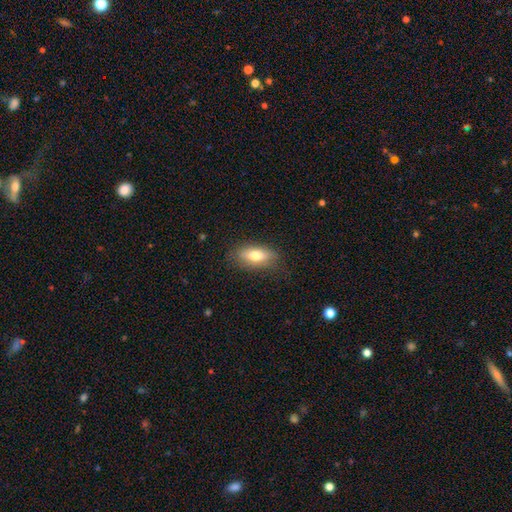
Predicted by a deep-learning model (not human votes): A smooth galaxy with no disk features (74%) that is in between round and cigar-shaped (80%).

Vote fractions:
- Smooth or featured? smooth: 74% / featured or disk: 18% / star or artifact: 7%
- How rounded? in between: 80% / cigar-shaped: 16% / round: 4%
- Merging? none: 79% / minor disturbance: 16% / major disturbance: 4% / merger: 1%